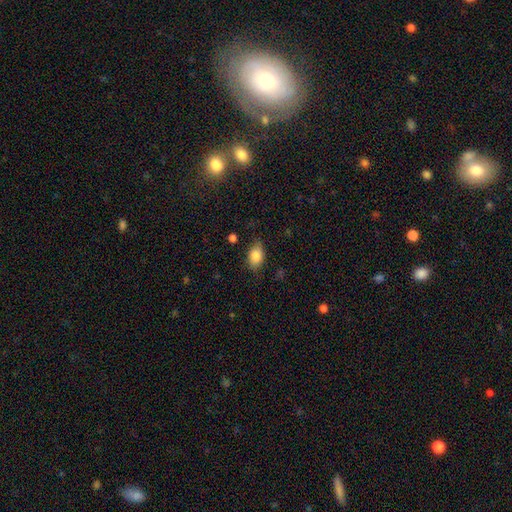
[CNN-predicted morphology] Smooth or featured? smooth (85%)
How rounded? in between (85%)
Merging? none (78%)